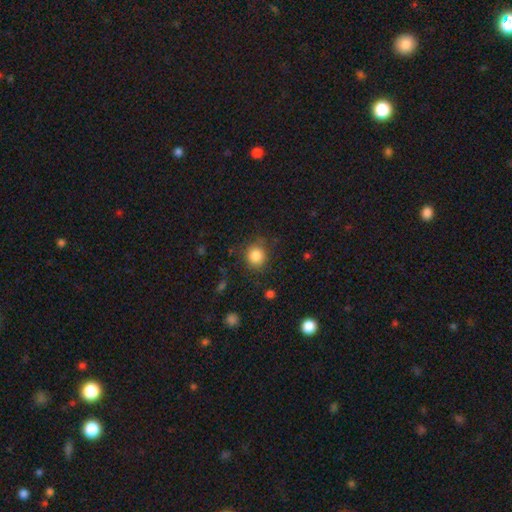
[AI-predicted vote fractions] The model was most divided on "merging": none: 80%, minor disturbance: 13%, major disturbance: 5%, merger: 2%. More confident: how rounded — round (86%); smooth or featured — smooth (84%).